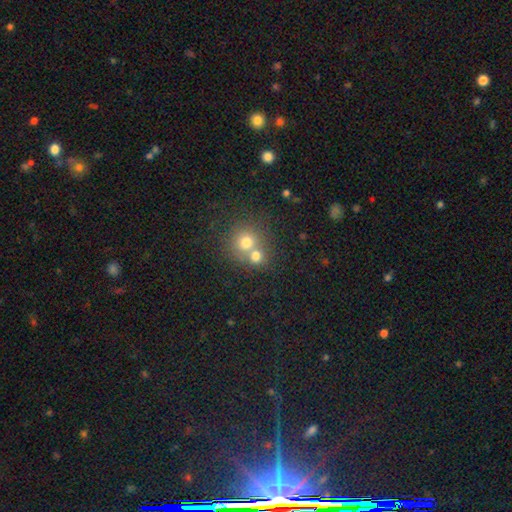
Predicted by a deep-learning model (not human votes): Morphology: type=smooth (71%); roundness=round (84%); merging=merger (54%).